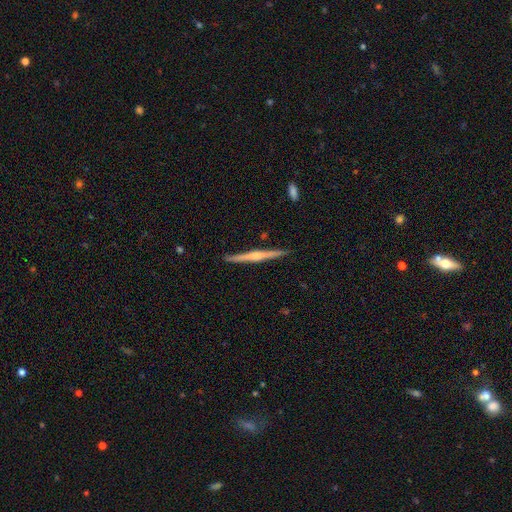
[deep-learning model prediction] Q: Smooth or featured?
A: featured or disk (71%); runner-up: smooth (23%)
Q: Edge-on disk?
A: yes (98%); runner-up: no (2%)
Q: Edge-on bulge?
A: rounded (68%); runner-up: none (18%)
Q: Merging?
A: none (91%); runner-up: minor disturbance (6%)